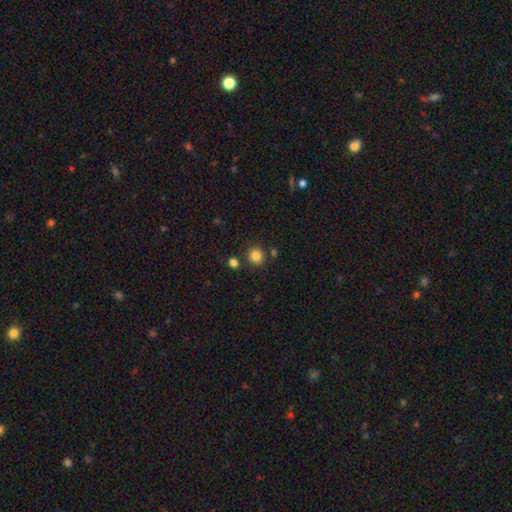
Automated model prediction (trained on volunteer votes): Smooth or featured?
  - smooth: 84% *
  - star or artifact: 12%
  - featured or disk: 5%
How rounded?
  - round: 86% *
  - in between: 13%
  - cigar-shaped: 1%
Merging?
  - none: 83% *
  - minor disturbance: 8%
  - merger: 7%
  - major disturbance: 3%